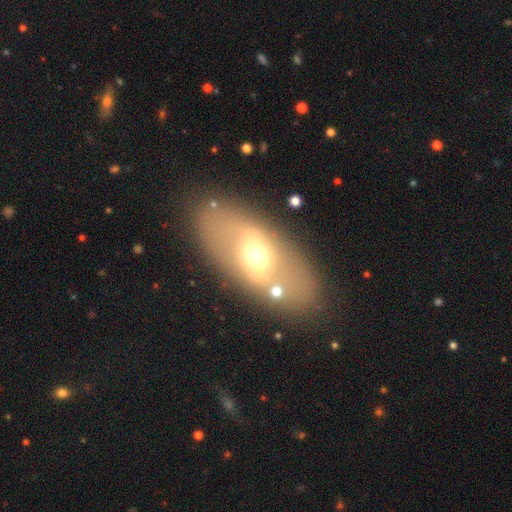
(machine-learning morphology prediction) type=smooth (45%, tied with featured or disk); merging=none (79%).